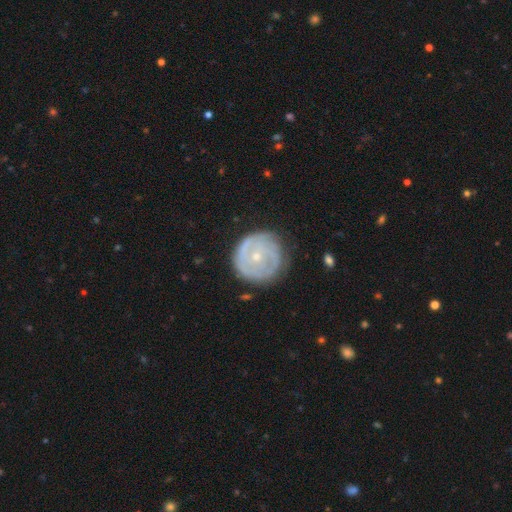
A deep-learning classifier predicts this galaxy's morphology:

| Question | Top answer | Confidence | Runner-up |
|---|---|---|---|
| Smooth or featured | featured or disk | 71% | smooth (23%) |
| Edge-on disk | no | 97% | yes (3%) |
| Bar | no | 78% | weak (18%) |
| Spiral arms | yes | 77% | no (23%) |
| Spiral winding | tight | 71% | medium (21%) |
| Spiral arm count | can't tell | 42% | 2 (24%) |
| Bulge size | small | 69% | moderate (27%) |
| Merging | none | 77% | minor disturbance (16%) |